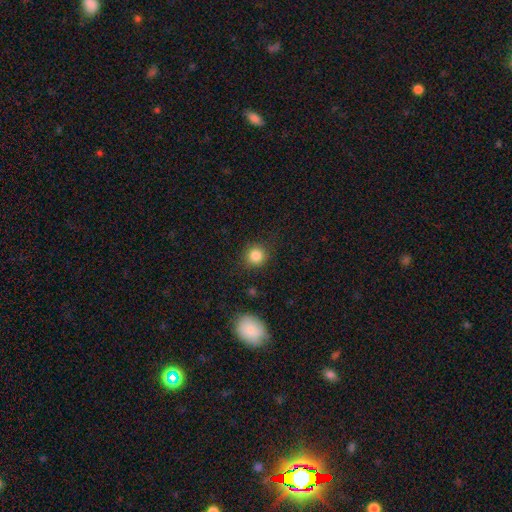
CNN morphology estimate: A smooth galaxy with no disk features (85%) that is round (91%). Merging: none (88%).